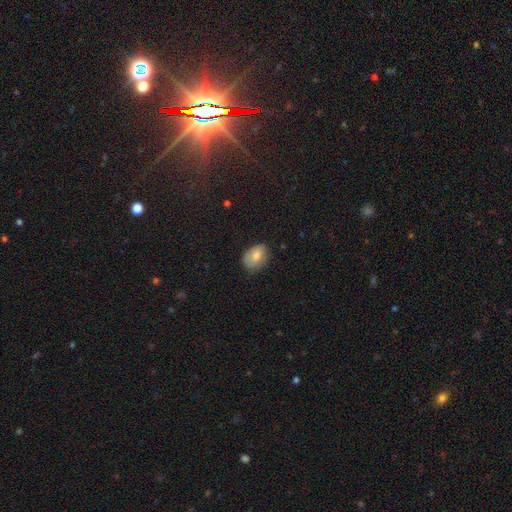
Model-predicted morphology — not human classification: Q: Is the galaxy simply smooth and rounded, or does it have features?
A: smooth — 75%.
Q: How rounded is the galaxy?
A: in between — 73%.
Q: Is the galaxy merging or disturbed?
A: none — 72%.